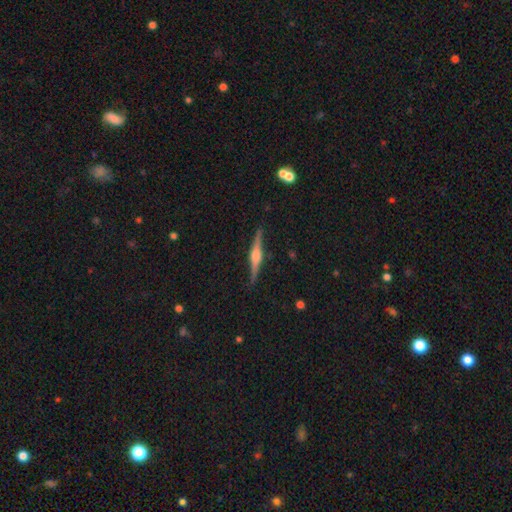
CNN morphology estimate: Smooth or featured: featured or disk — 82% (smooth — 13%)
Edge-on disk: yes — 98% (no — 2%)
Edge-on bulge: rounded — 86% (boxy — 11%)
Merging: none — 88% (minor disturbance — 9%)